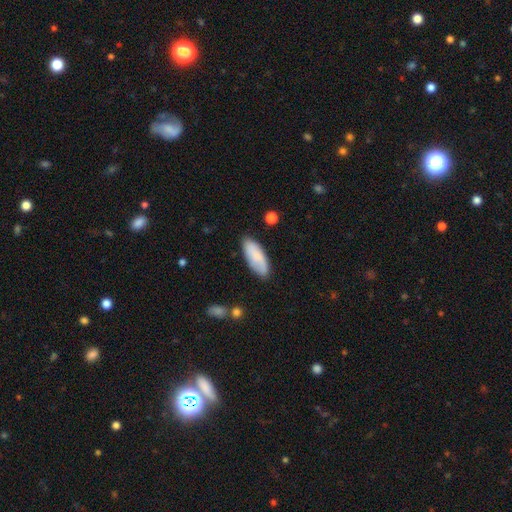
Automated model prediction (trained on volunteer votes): The model was most divided on "how rounded": in between: 77%, cigar-shaped: 21%, round: 2%. More confident: smooth or featured — smooth (81%); merging — none (79%).